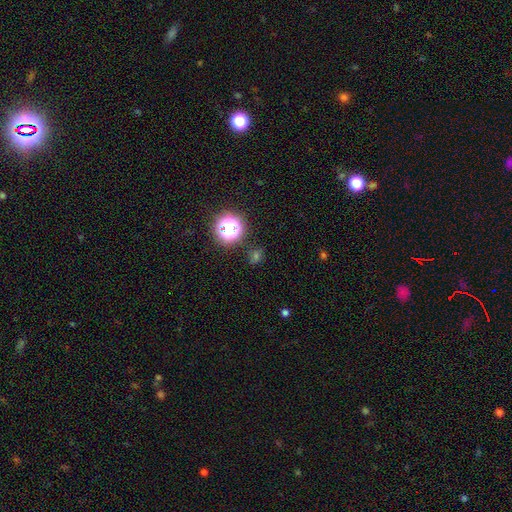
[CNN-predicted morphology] smooth_or_featured: star or artifact (p=0.53) [alt: smooth p=0.38]